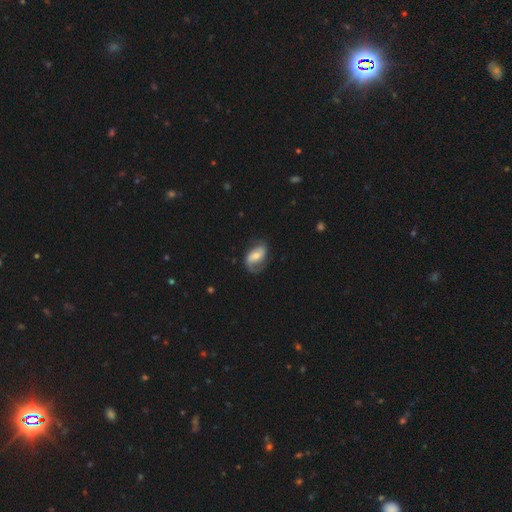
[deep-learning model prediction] Morphology: type=featured or disk (63%); edge-on=no (96%); bar=no (39%); spiral arms=yes (87%); winding=loose (39%, tied with medium); arm count=2 (66%); bulge=moderate (48%); merging=none (58%).